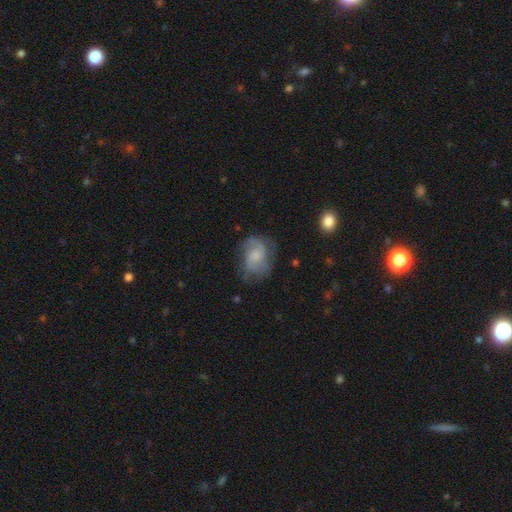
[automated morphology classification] Smooth or featured: featured or disk — 66% (smooth — 26%)
Edge-on disk: no — 98% (yes — 2%)
Bar: no — 62% (weak — 33%)
Spiral arms: yes — 90% (no — 10%)
Spiral winding: medium — 48% (loose — 28%)
Spiral arm count: 2 — 71% (can't tell — 14%)
Bulge size: small — 40% (moderate — 32%)
Merging: none — 61% (minor disturbance — 23%)